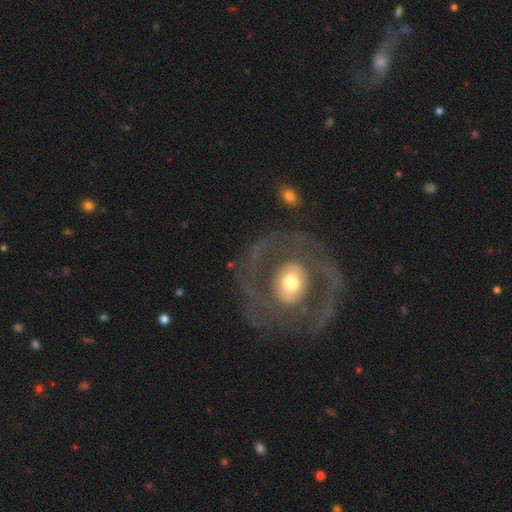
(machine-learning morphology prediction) The model was most divided on "spiral arms": yes: 57%, no: 43%. More confident: edge-on disk — no (95%); smooth or featured — featured or disk (77%); merging — none (77%); bulge size — moderate (59%); bar — no (57%).